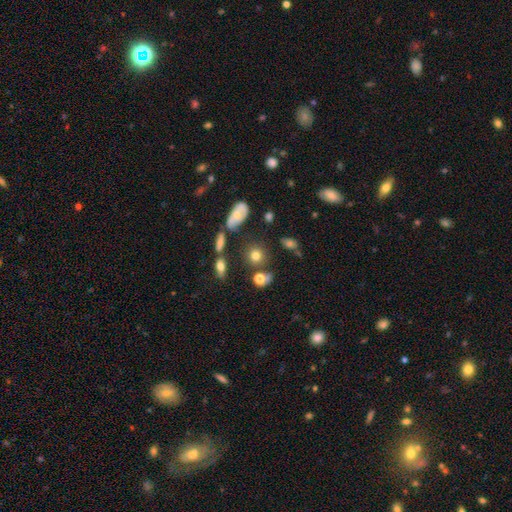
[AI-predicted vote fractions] A smooth galaxy with no disk features (73%) that is round (83%). Merging: none (71%).